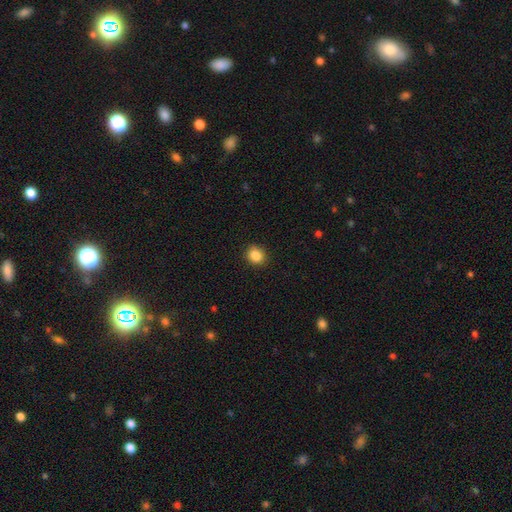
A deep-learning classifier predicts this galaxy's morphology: type=smooth (87%); roundness=round (74%); merging=none (90%).